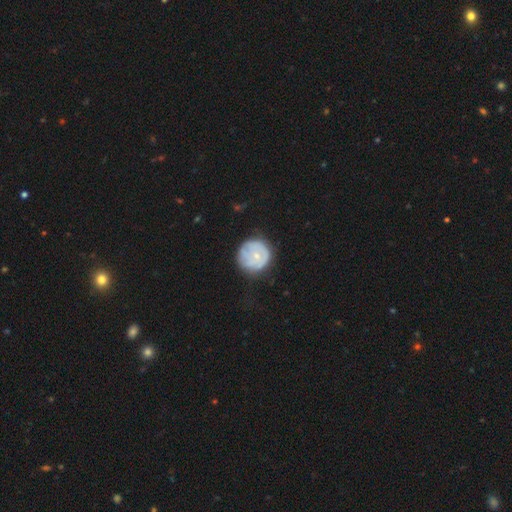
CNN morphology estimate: The model was most divided on "smooth or featured": featured or disk: 48%, smooth: 45%, star or artifact: 6%. More confident: merging — none (71%).